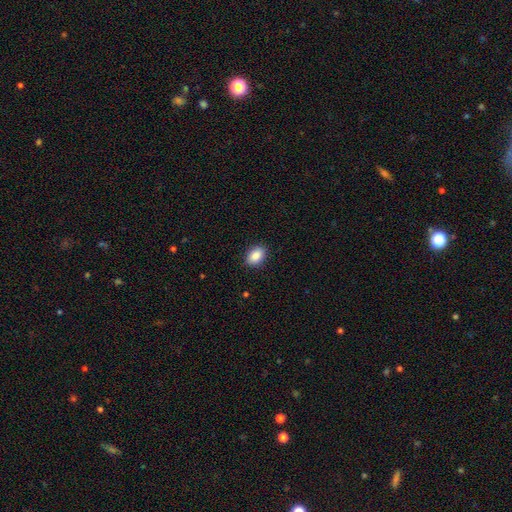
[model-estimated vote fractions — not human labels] smooth_or_featured: smooth (p=0.89) [alt: star or artifact p=0.07]
how_rounded: in between (p=0.83) [alt: round p=0.16]
merging: none (p=0.88) [alt: minor disturbance p=0.09]